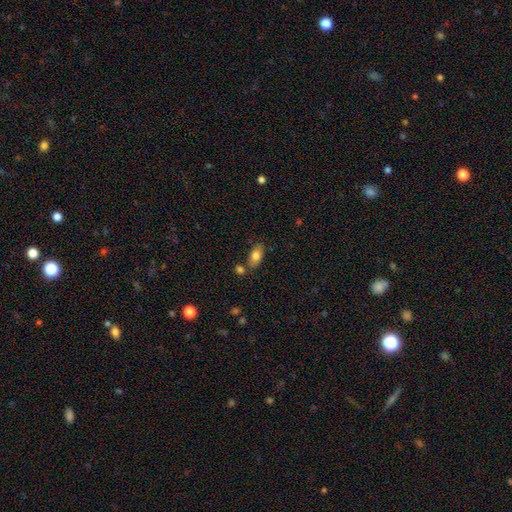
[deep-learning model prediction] smooth 80%, featured or disk 12%, star or artifact 8%. Down the decision tree: how rounded — in between (90%); merging — none (70%).